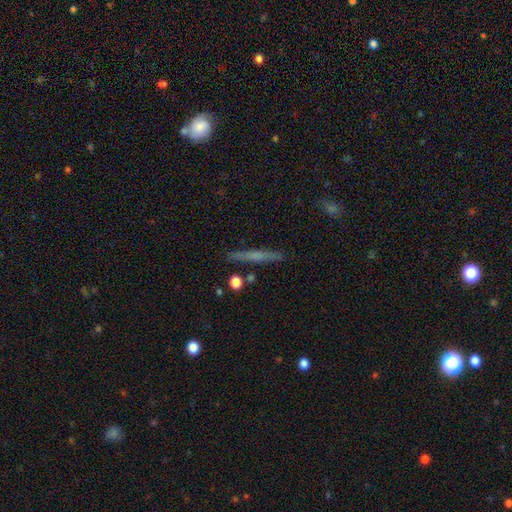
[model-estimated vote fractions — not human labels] Morphology: type=featured or disk (52%); edge-on=yes (97%); edge-on bulge=none (55%); merging=none (89%).